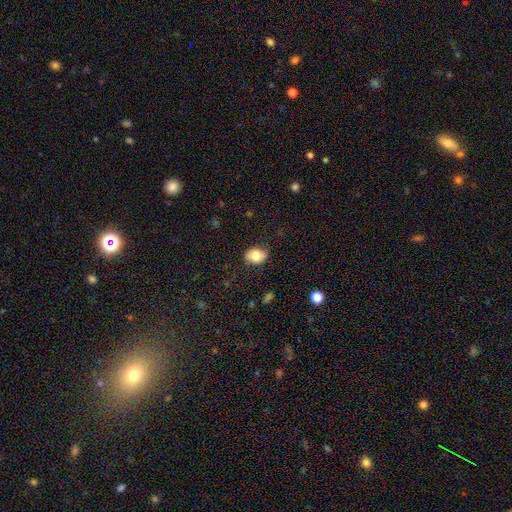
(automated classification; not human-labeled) Overall: smooth (78%). How rounded: in between (65%; round 34%). Merging: none (80%).